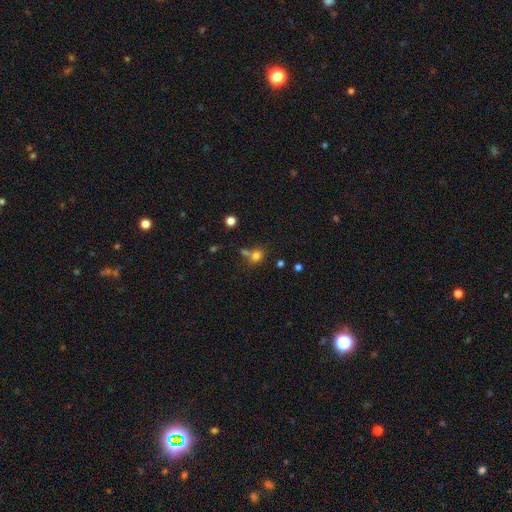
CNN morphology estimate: smooth-or-featured: smooth: 75% | star or artifact: 16% | featured or disk: 9%
  how-rounded: round: 67% | in between: 31% | cigar-shaped: 1%
  merging: none: 52% | merger: 30% | minor disturbance: 12% | major disturbance: 6%